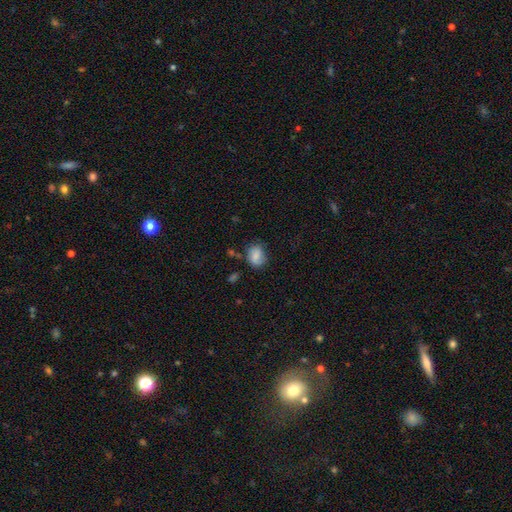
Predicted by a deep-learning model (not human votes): smooth_or_featured: smooth (p=0.78) [alt: featured or disk p=0.13]
how_rounded: in between (p=0.61) [alt: round p=0.38]
merging: none (p=0.59) [alt: minor disturbance p=0.28]